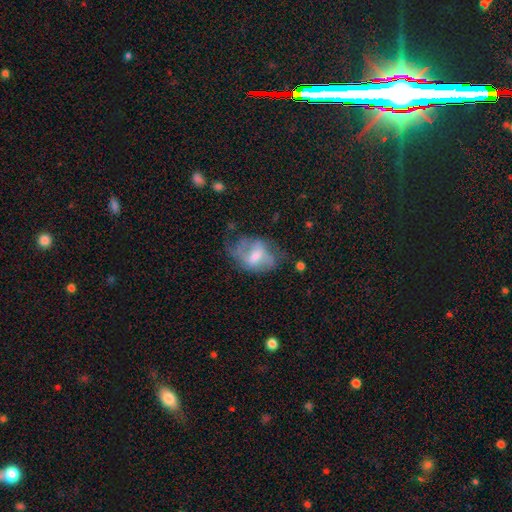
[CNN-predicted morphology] Overall: featured or disk (55%; smooth 37%). Edge-on disk: no (95%). Bar: weak (48%; no 30%). Spiral arms: yes (59%; no 41%). Bulge size: moderate (51%; small 31%). Merging: none (40%; minor disturbance 30%).